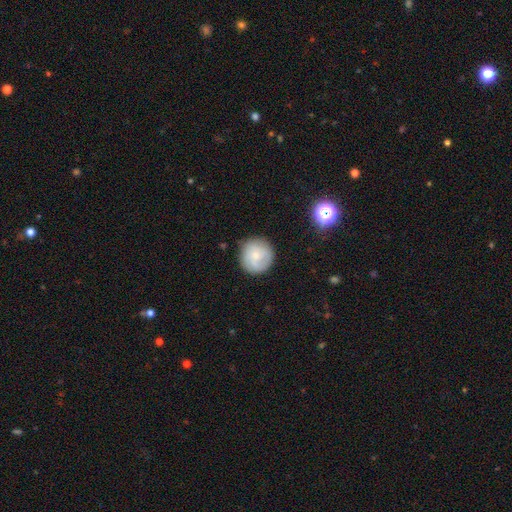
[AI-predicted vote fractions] smooth-or-featured: smooth: 68% | featured or disk: 25% | star or artifact: 7%
  how-rounded: round: 94% | in between: 5% | cigar-shaped: 1%
  merging: none: 82% | minor disturbance: 13% | major disturbance: 3% | merger: 2%